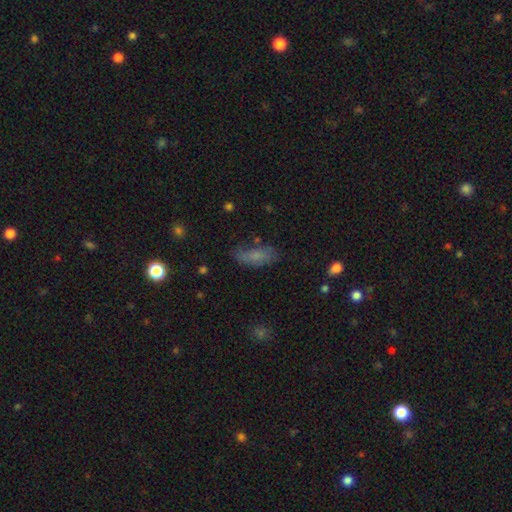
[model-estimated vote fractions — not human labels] smooth_or_featured: smooth (p=0.71) [alt: featured or disk p=0.18]
how_rounded: in between (p=0.77) [alt: cigar-shaped p=0.19]
merging: none (p=0.64) [alt: minor disturbance p=0.24]